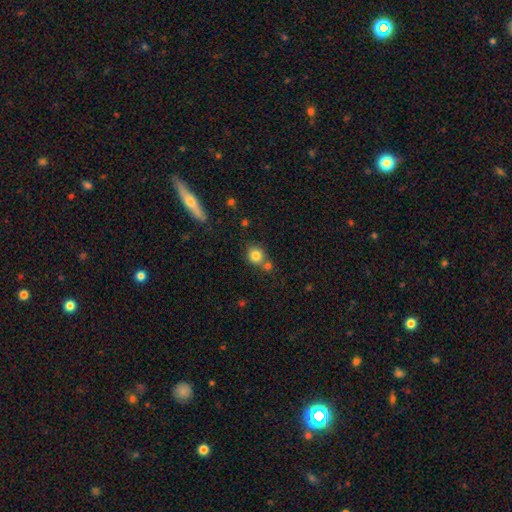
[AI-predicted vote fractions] smooth-or-featured: smooth: 82% | star or artifact: 11% | featured or disk: 8%
  how-rounded: round: 82% | in between: 17% | cigar-shaped: 1%
  merging: none: 61% | merger: 24% | minor disturbance: 11% | major disturbance: 4%